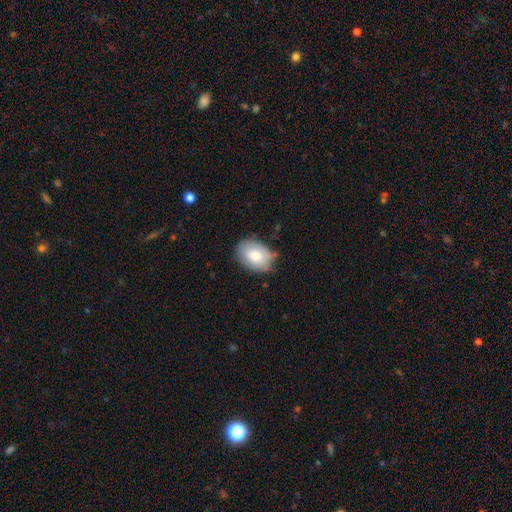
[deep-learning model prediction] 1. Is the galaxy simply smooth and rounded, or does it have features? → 79% smooth, 14% featured or disk, 7% star or artifact.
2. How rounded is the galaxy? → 80% in between, 19% round, 1% cigar-shaped.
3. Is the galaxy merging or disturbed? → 76% none, 19% minor disturbance, 4% major disturbance, 2% merger.